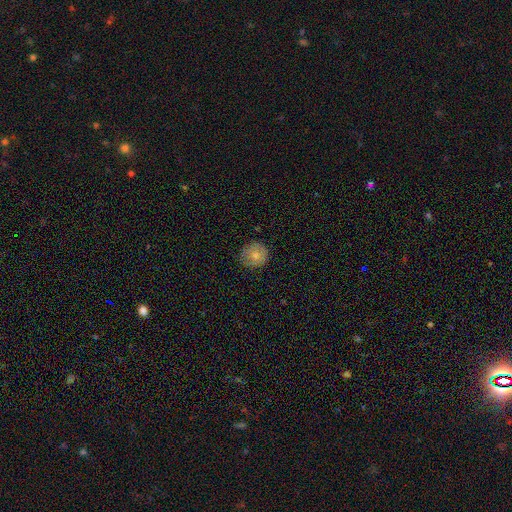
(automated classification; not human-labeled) Smooth or featured?
  - smooth: 74% *
  - featured or disk: 18%
  - star or artifact: 9%
How rounded?
  - round: 90% *
  - in between: 9%
  - cigar-shaped: 1%
Merging?
  - none: 80% *
  - minor disturbance: 16%
  - major disturbance: 3%
  - merger: 1%